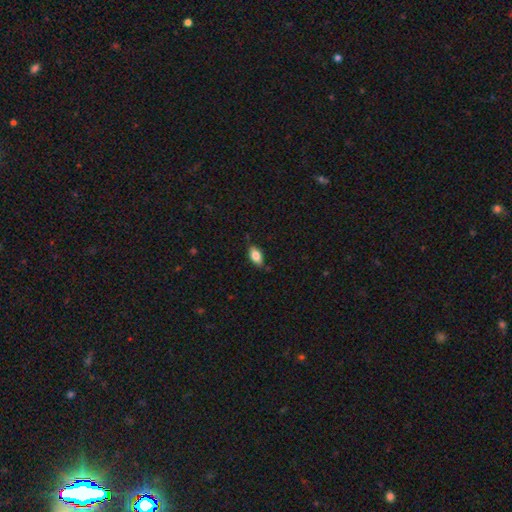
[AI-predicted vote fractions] The model was most divided on "merging": none: 79%, minor disturbance: 17%, major disturbance: 3%, merger: 2%. More confident: how rounded — in between (89%); smooth or featured — smooth (79%).